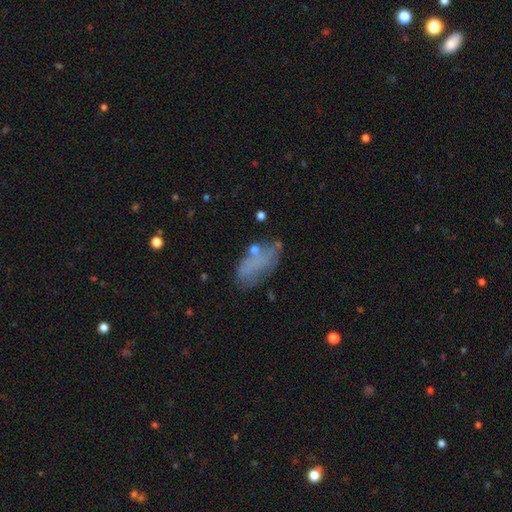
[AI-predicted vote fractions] Smooth or featured: smooth — 59% (featured or disk — 30%)
How rounded: in between — 88% (cigar-shaped — 8%)
Merging: none — 42% (minor disturbance — 28%)